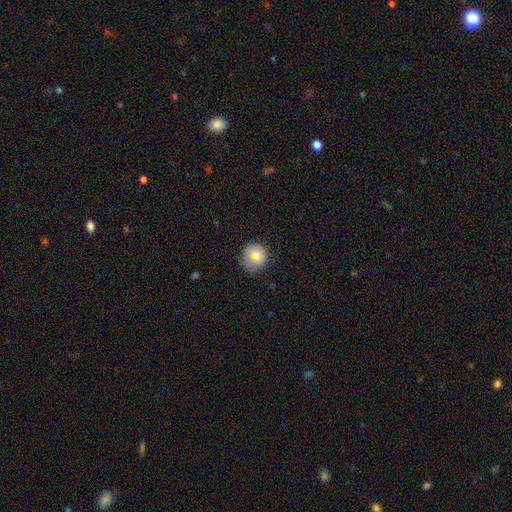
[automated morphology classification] This appears to be a smooth galaxy with no disk features (79%) that is round (90%). Merging: none (76%).